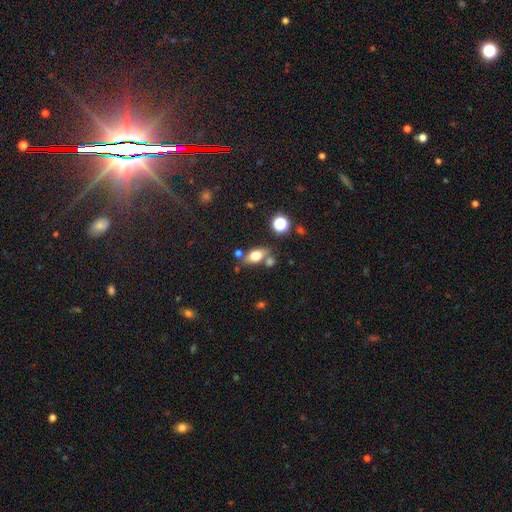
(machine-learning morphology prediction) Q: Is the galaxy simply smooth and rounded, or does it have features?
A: smooth — 69%.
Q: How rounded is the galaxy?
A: in between — 79%.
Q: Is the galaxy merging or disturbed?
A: none — 66%.